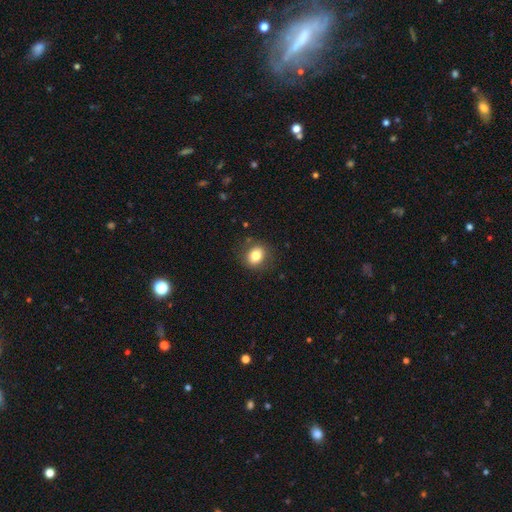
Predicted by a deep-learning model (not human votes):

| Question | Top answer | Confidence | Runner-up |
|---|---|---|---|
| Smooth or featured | smooth | 81% | star or artifact (10%) |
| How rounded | round | 59% | in between (40%) |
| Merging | none | 85% | minor disturbance (11%) |